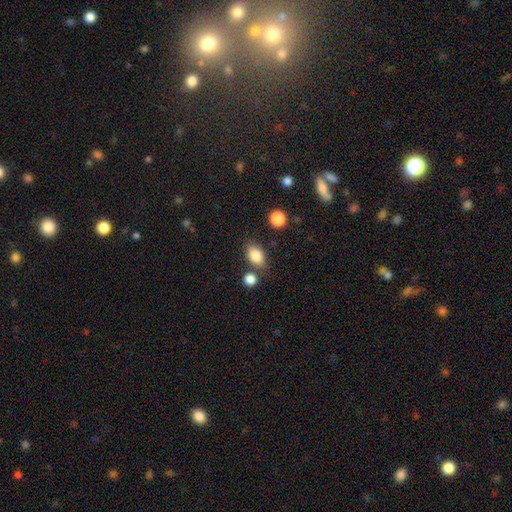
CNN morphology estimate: Overall: smooth (83%). How rounded: in between (80%). Merging: none (71%).